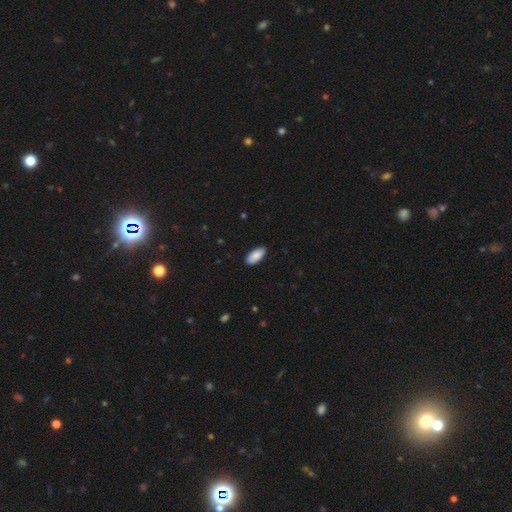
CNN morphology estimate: The model was most divided on "merging": none: 88%, minor disturbance: 9%, major disturbance: 2%, merger: 1%. More confident: how rounded — in between (89%); smooth or featured — smooth (88%).